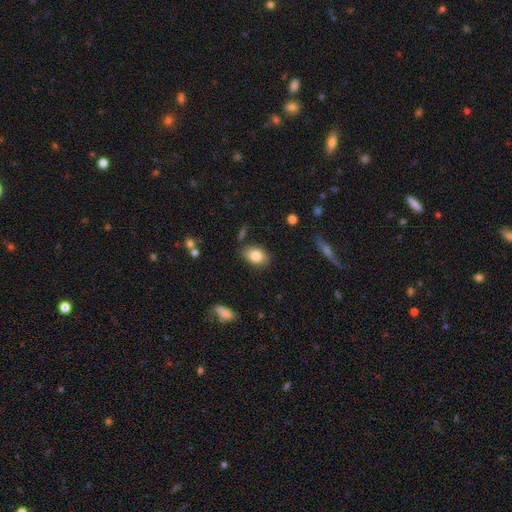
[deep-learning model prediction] The model was most divided on "merging": none: 80%, minor disturbance: 14%, major disturbance: 3%, merger: 3%. More confident: smooth or featured — smooth (84%); how rounded — in between (83%).